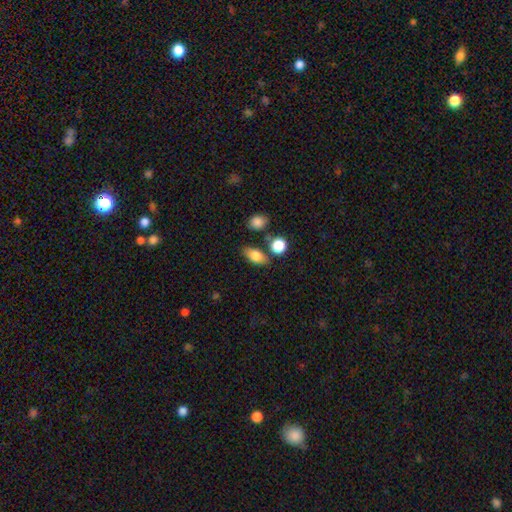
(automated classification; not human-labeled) smooth_or_featured: smooth (p=0.79) [alt: featured or disk p=0.13]
how_rounded: in between (p=0.84) [alt: round p=0.11]
merging: none (p=0.74) [alt: minor disturbance p=0.13]